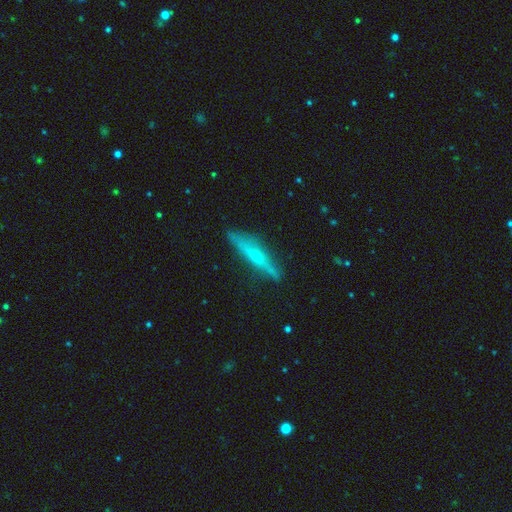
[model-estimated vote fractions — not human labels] smooth-or-featured: featured or disk: 71% | smooth: 22% | star or artifact: 7%
  disk-edge-on: yes: 95% | no: 5%
    edge-on-bulge: rounded: 84% | none: 11% | boxy: 4%
  merging: none: 85% | minor disturbance: 11% | major disturbance: 2% | merger: 1%